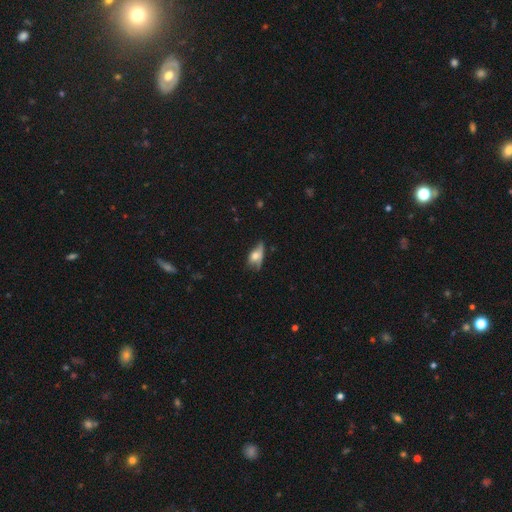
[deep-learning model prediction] smooth 51%, featured or disk 39%, star or artifact 10%. Down the decision tree: how rounded — in between (79%); merging — minor disturbance (33%).